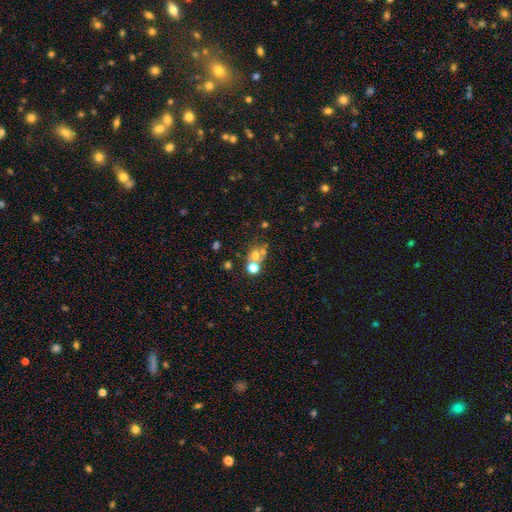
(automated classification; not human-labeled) smooth 56%, star or artifact 23%, featured or disk 20%. Down the decision tree: how rounded — round (76%); merging — none (45%).